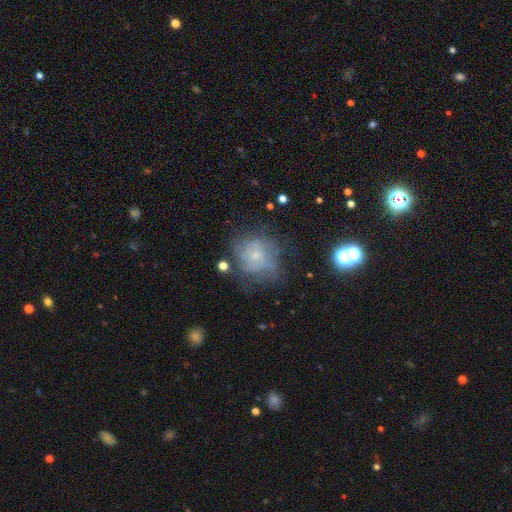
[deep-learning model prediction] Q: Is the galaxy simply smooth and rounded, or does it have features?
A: featured or disk — 51%.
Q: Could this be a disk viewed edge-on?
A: no — 97%.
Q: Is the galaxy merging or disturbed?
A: none — 54%.